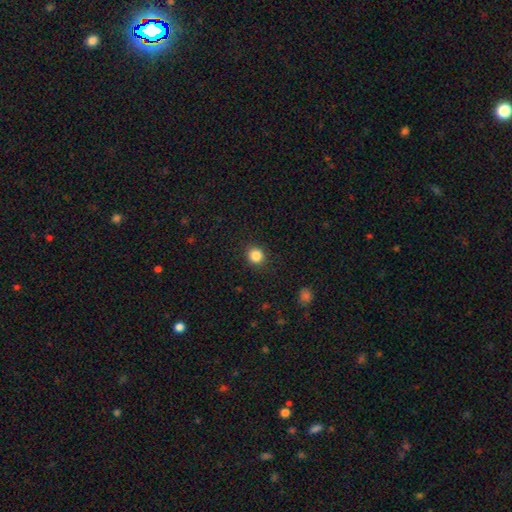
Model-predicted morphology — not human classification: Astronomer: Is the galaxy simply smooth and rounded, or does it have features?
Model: smooth — 85%.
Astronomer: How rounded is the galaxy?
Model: round — 89%.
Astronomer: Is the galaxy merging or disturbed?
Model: none — 90%.